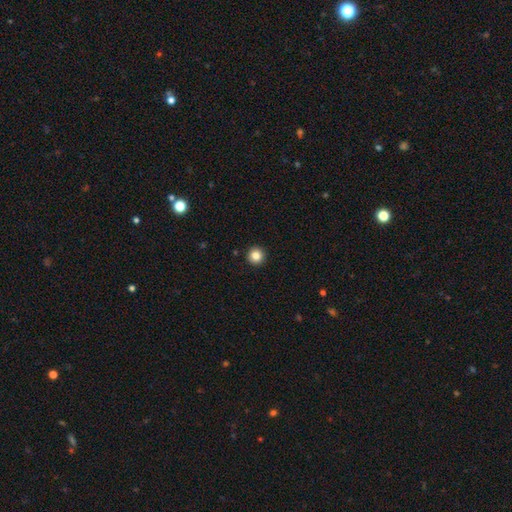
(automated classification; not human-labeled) Overall: smooth (84%). How rounded: round (96%). Merging: none (94%).